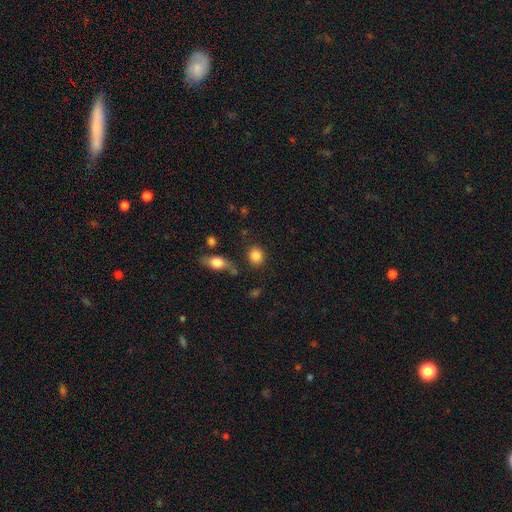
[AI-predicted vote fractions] A smooth galaxy with no disk features (85%) that is round (76%).

Vote fractions:
- Smooth or featured? smooth: 85% / star or artifact: 9% / featured or disk: 6%
- How rounded? round: 76% / in between: 22% / cigar-shaped: 1%
- Merging? none: 82% / minor disturbance: 9% / merger: 5% / major disturbance: 4%